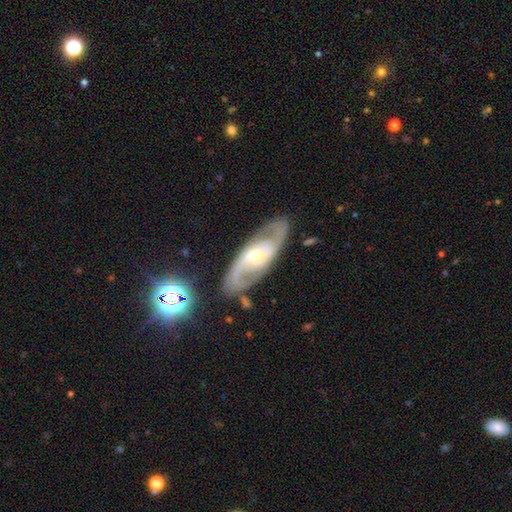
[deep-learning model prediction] This is clearly a featured or disk galaxy (86%). It is clearly not viewed edge-on (92%). Bar: possibly no (50%). Spiral arm pattern: clearly yes (94%). Spiral arm count: clearly 2 (88%). Spiral winding: possibly medium (51%). Central bulge: possibly small (47%). Merging: clearly none (81%).